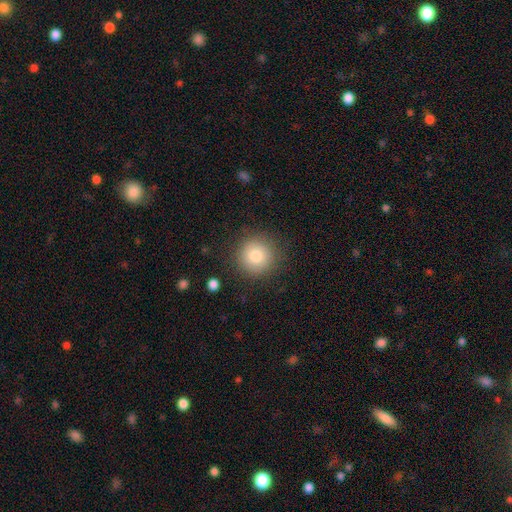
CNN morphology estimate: Smooth or featured? smooth (81%)
How rounded? round (95%)
Merging? none (88%)